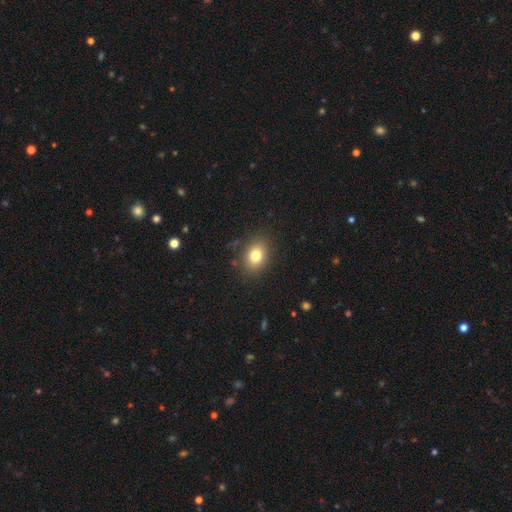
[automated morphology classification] Smooth or featured: smooth — 79% (star or artifact — 11%)
How rounded: in between — 64% (round — 35%)
Merging: none — 85% (minor disturbance — 10%)